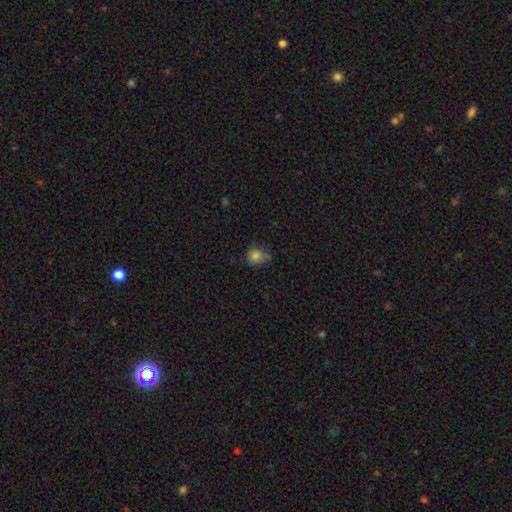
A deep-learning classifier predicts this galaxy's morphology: A smooth galaxy with no disk features (80%) that is round (72%). Merging: none (53%).